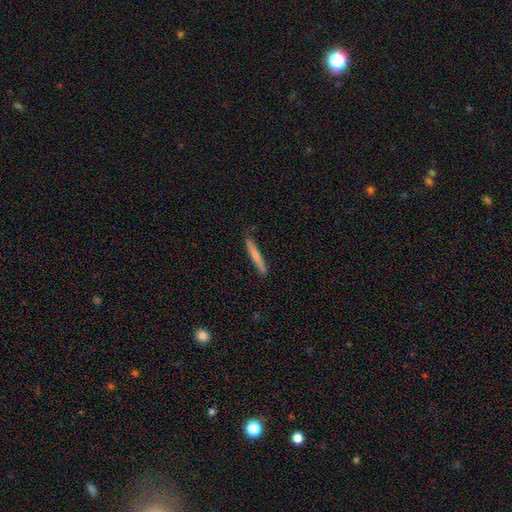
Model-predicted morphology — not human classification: This appears to be a smooth galaxy with no disk features (69%) that is cigar-shaped (95%). Merging: none (86%).